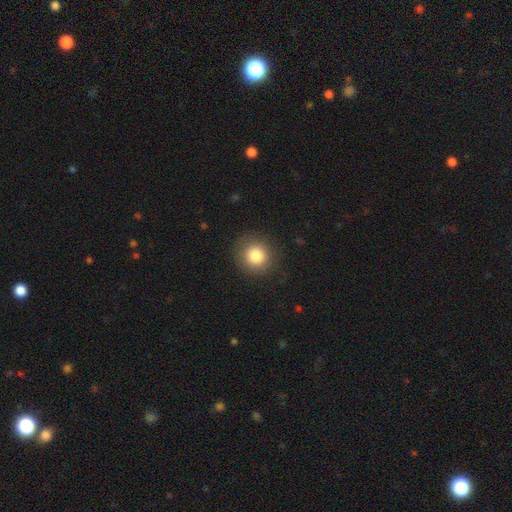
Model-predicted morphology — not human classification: This is clearly a smooth galaxy (83%). How rounded: clearly round (91%). Merging: clearly none (88%).